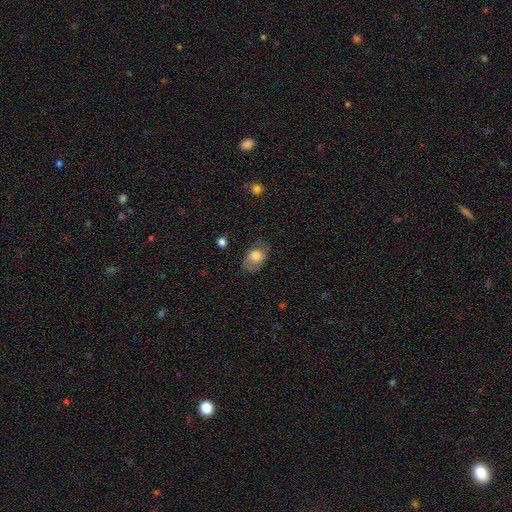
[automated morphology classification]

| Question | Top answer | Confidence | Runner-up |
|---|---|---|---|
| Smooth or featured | smooth | 71% | featured or disk (21%) |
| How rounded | in between | 86% | round (12%) |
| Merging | none | 66% | minor disturbance (23%) |